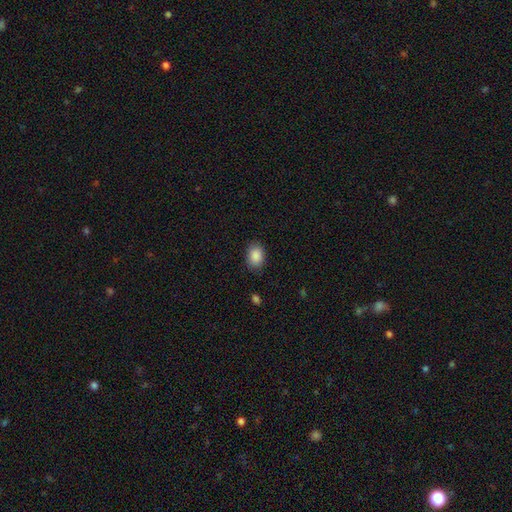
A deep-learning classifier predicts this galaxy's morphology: smooth-or-featured: smooth: 89% | star or artifact: 8% | featured or disk: 4%
  how-rounded: in between: 75% | round: 24% | cigar-shaped: 1%
  merging: none: 84% | minor disturbance: 12% | major disturbance: 3% | merger: 1%